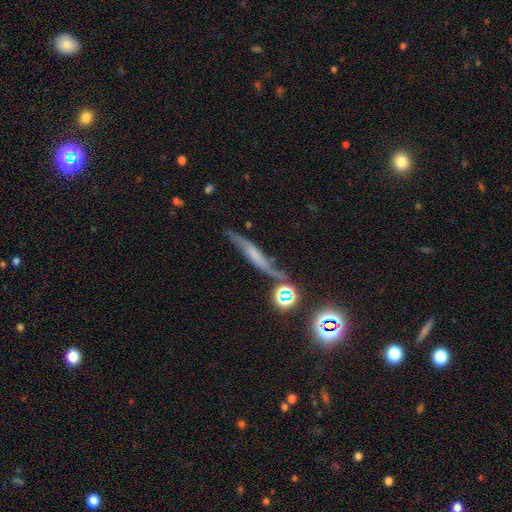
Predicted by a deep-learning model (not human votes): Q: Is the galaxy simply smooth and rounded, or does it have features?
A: featured or disk — 54%.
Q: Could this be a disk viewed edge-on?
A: yes — 60%.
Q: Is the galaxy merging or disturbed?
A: none — 60%.